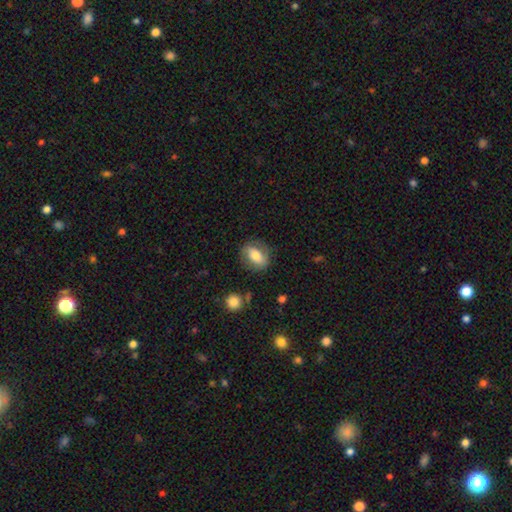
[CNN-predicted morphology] Smooth or featured: smooth — 67% (featured or disk — 26%)
How rounded: in between — 72% (round — 24%)
Merging: none — 76% (minor disturbance — 16%)